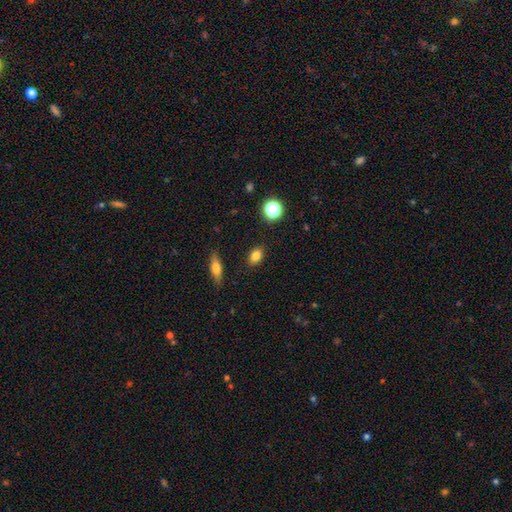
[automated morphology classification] Smooth or featured? Predicted: smooth (p=0.81). How rounded? Predicted: in between (p=0.75). Merging? Predicted: none (p=0.87).